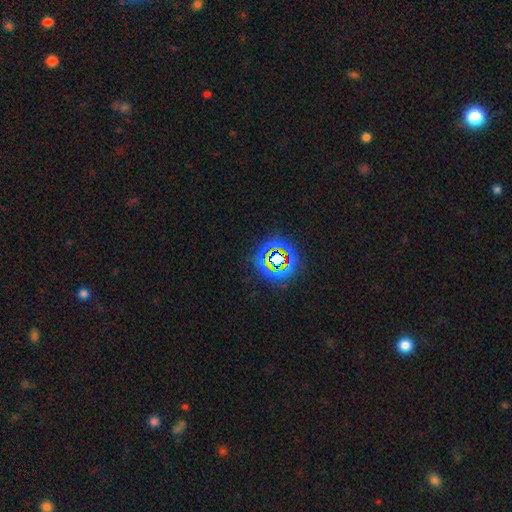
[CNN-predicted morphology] smooth-or-featured: star or artifact: 69% | smooth: 16% | featured or disk: 15%